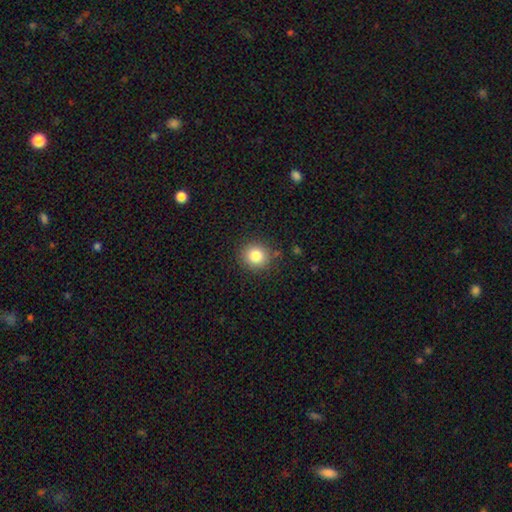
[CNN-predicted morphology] Q: Smooth or featured?
A: smooth (82%); runner-up: star or artifact (11%)
Q: How rounded?
A: round (88%); runner-up: in between (11%)
Q: Merging?
A: none (88%); runner-up: minor disturbance (8%)